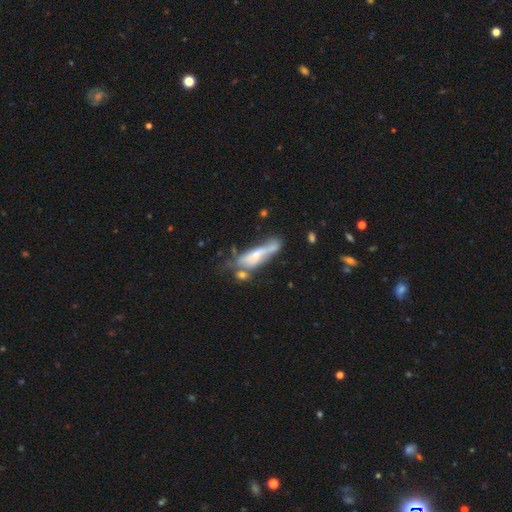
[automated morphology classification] featured or disk 47%, smooth 46%, star or artifact 7%. Down the decision tree: merging — none (32%).